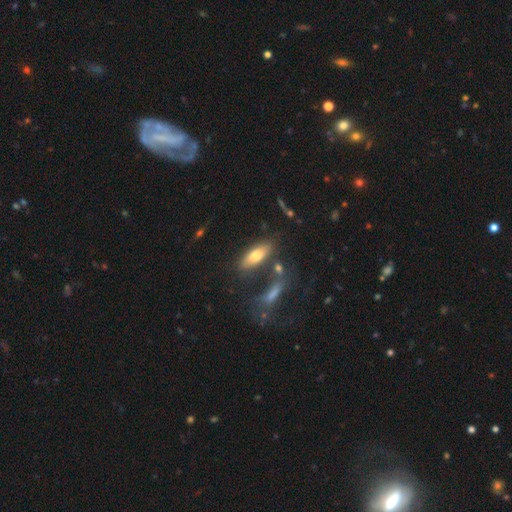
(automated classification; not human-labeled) This is likely a smooth galaxy (68%). How rounded: likely in between (67%). Merging: likely none (65%).